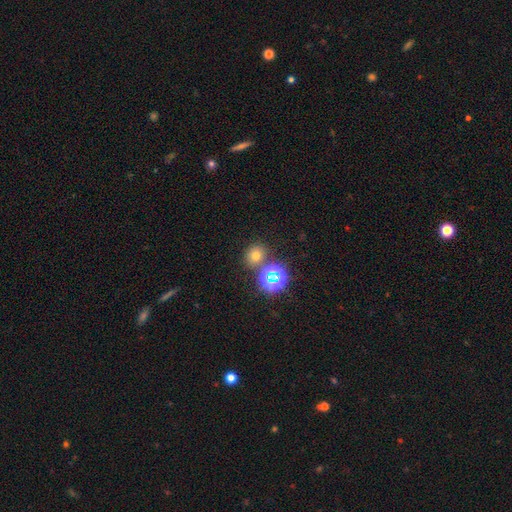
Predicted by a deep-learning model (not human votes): Q: Smooth or featured?
A: smooth (63%); runner-up: star or artifact (28%)
Q: How rounded?
A: round (76%); runner-up: in between (23%)
Q: Merging?
A: none (75%); runner-up: merger (13%)